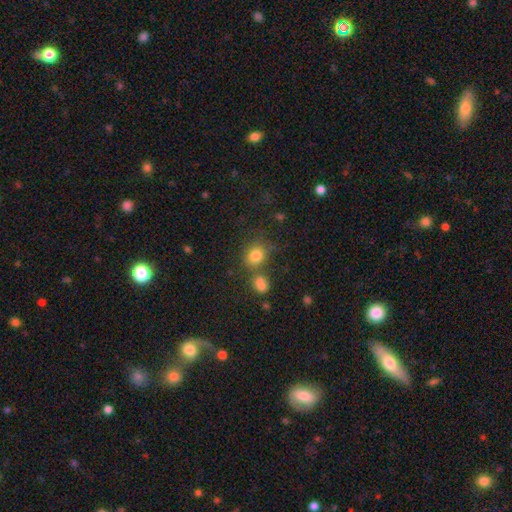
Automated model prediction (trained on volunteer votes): Smooth or featured? smooth (79%)
How rounded? round (69%)
Merging? none (63%)